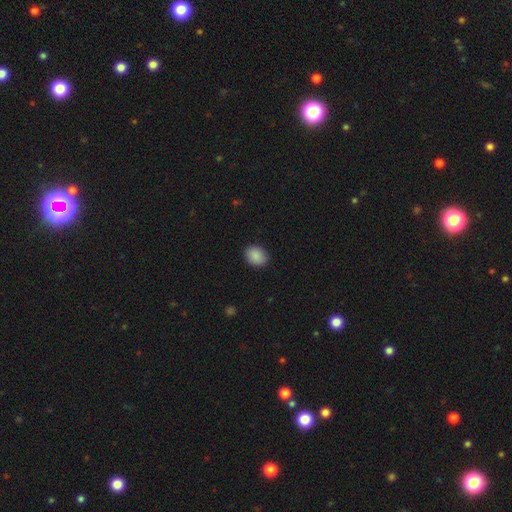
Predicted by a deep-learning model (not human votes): This is clearly a smooth galaxy (89%). How rounded: possibly in between (52%). Merging: clearly none (89%).